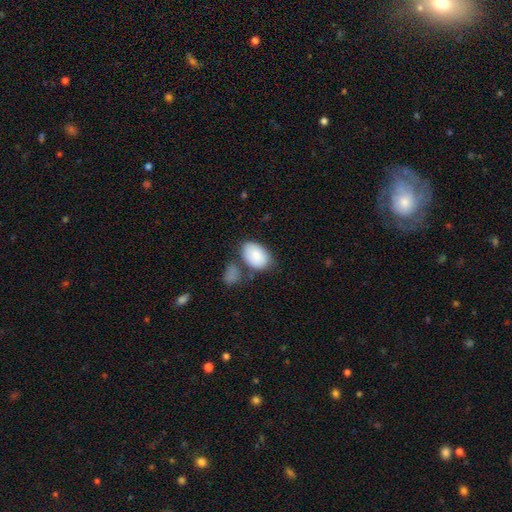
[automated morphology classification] A smooth galaxy with no disk features (84%) that is in between round and cigar-shaped (90%).

Vote fractions:
- Smooth or featured? smooth: 84% / featured or disk: 10% / star or artifact: 6%
- How rounded? in between: 90% / round: 9% / cigar-shaped: 1%
- Merging? none: 57% / minor disturbance: 19% / merger: 18% / major disturbance: 6%